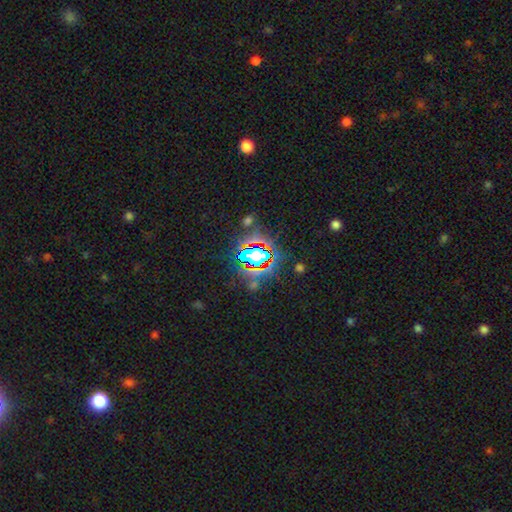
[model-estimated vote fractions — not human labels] A star or artifact, not a galaxy (73%).